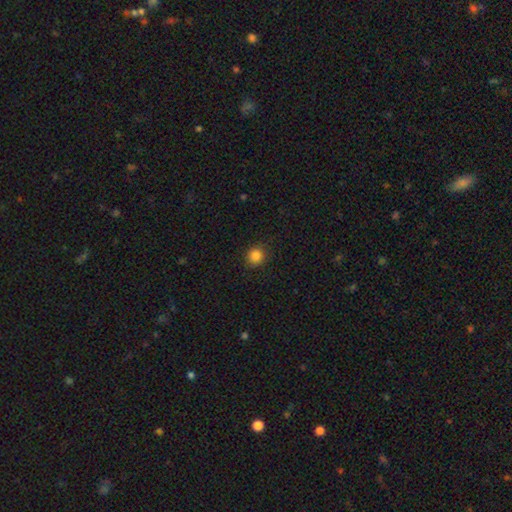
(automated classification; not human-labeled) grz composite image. It shows a smooth galaxy with no disk features (85%) that is round (86%). Merging: none (87%).